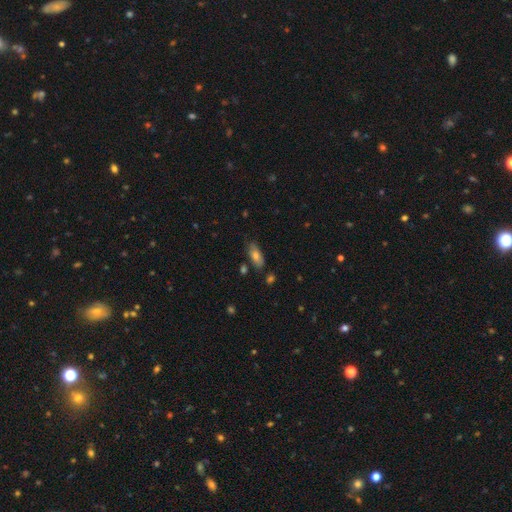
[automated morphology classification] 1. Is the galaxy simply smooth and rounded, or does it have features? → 73% smooth, 17% featured or disk, 10% star or artifact.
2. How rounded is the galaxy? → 79% in between, 17% cigar-shaped, 3% round.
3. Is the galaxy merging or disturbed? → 75% none, 17% minor disturbance, 4% merger, 4% major disturbance.